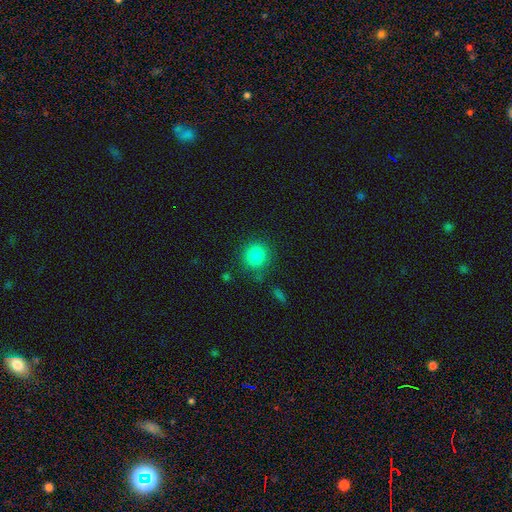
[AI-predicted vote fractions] smooth_or_featured: smooth (p=0.86) [alt: star or artifact p=0.10]
how_rounded: round (p=0.87) [alt: in between p=0.12]
merging: none (p=0.80) [alt: minor disturbance p=0.11]